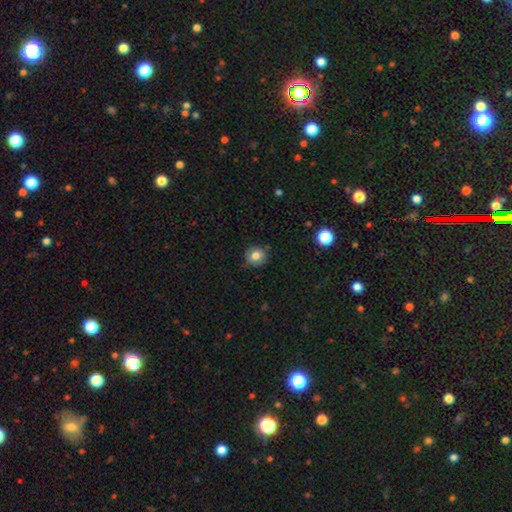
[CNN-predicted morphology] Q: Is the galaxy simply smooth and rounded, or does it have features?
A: smooth — 77%.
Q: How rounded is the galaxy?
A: round — 87%.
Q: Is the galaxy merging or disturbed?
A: none — 83%.